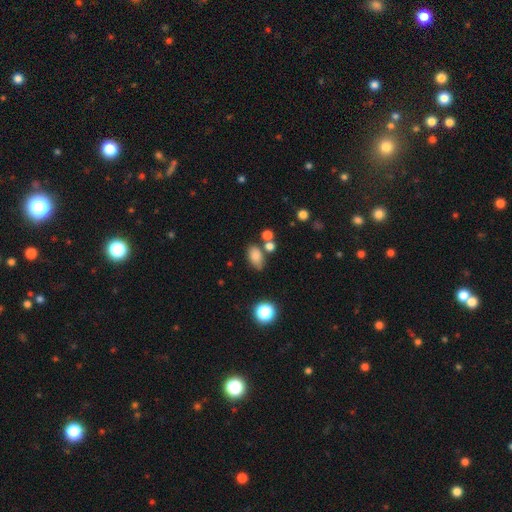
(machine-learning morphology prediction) type=smooth (81%); roundness=in between (87%); merging=none (66%).